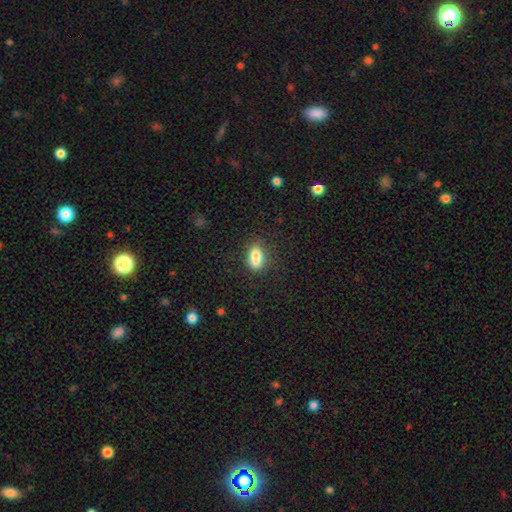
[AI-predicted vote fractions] The model was most divided on "merging": none: 50%, merger: 25%, minor disturbance: 19%, major disturbance: 6%. More confident: how rounded — in between (80%); smooth or featured — smooth (79%).